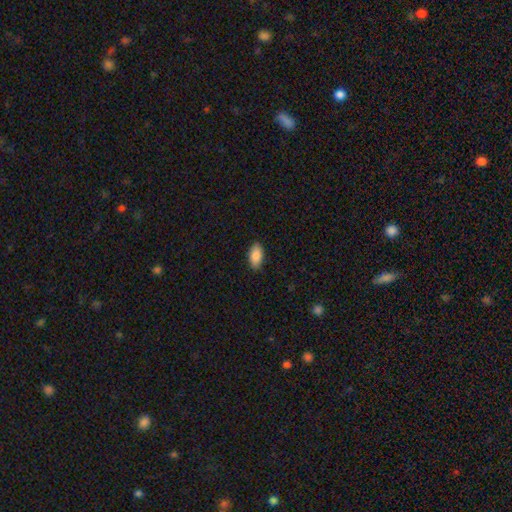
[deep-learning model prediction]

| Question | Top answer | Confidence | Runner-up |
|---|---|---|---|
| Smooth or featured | smooth | 88% | star or artifact (6%) |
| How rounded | in between | 93% | cigar-shaped (4%) |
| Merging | none | 87% | minor disturbance (10%) |